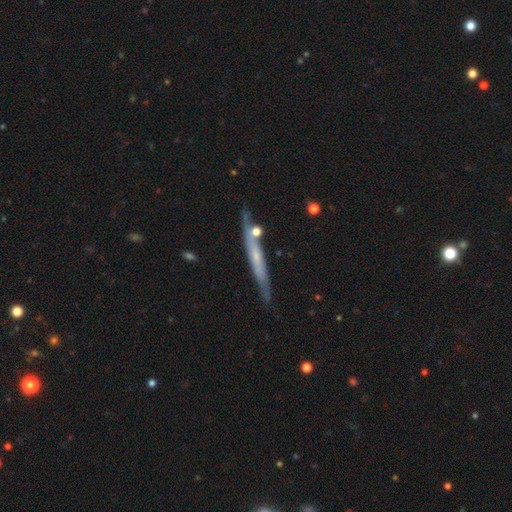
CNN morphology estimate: Smooth or featured? featured or disk (57%)
Edge-on disk? yes (89%)
Edge-on bulge? none (69%)
Merging? none (76%)